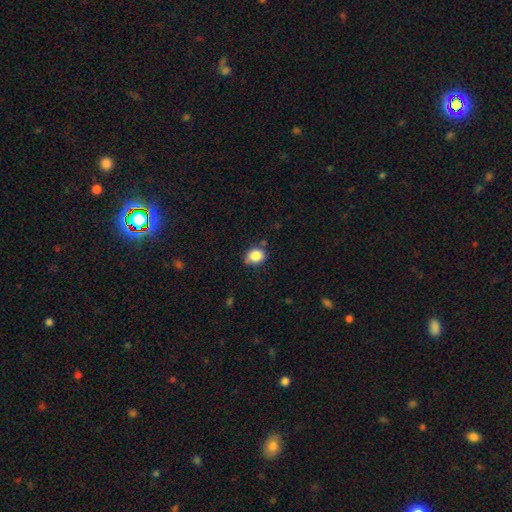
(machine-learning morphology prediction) Q: Smooth or featured?
A: smooth (85%); runner-up: star or artifact (10%)
Q: How rounded?
A: round (62%); runner-up: in between (37%)
Q: Merging?
A: none (63%); runner-up: minor disturbance (26%)